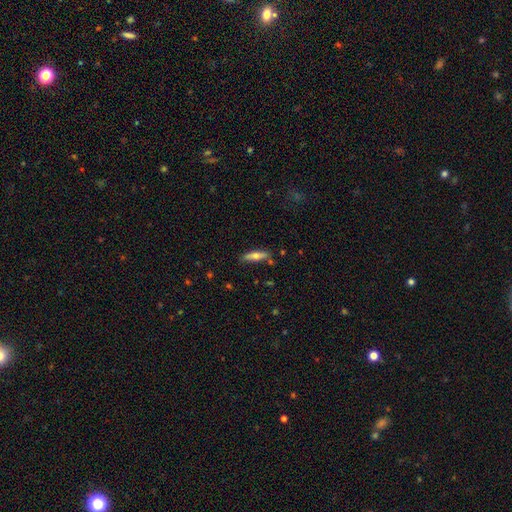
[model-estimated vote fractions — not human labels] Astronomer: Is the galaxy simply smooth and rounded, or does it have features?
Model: smooth — 56% (runner-up: featured or disk, 37%).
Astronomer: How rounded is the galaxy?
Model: cigar-shaped — 71%.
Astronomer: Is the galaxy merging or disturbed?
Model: none — 79%.